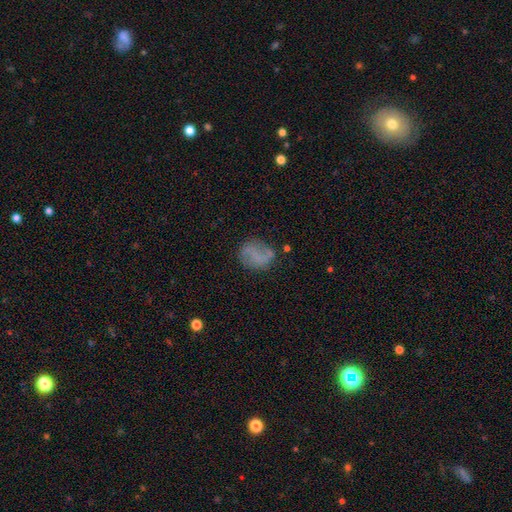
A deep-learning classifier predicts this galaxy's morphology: Q: Smooth or featured?
A: smooth (46%); runner-up: featured or disk (43%)
Q: Merging?
A: none (66%); runner-up: minor disturbance (21%)